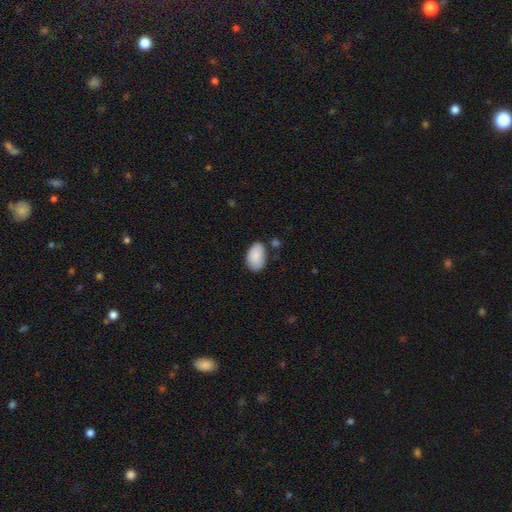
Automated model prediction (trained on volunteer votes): Smooth or featured?
  - smooth: 89% *
  - star or artifact: 6%
  - featured or disk: 5%
How rounded?
  - in between: 92% *
  - round: 7%
  - cigar-shaped: 1%
Merging?
  - none: 71% *
  - minor disturbance: 19%
  - merger: 6%
  - major disturbance: 4%